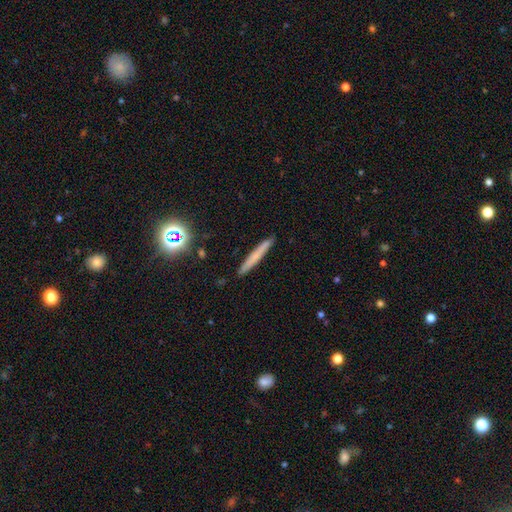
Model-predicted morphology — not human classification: This appears to be a smooth galaxy with no disk features (59%) that is cigar-shaped (96%). Merging: none (91%).